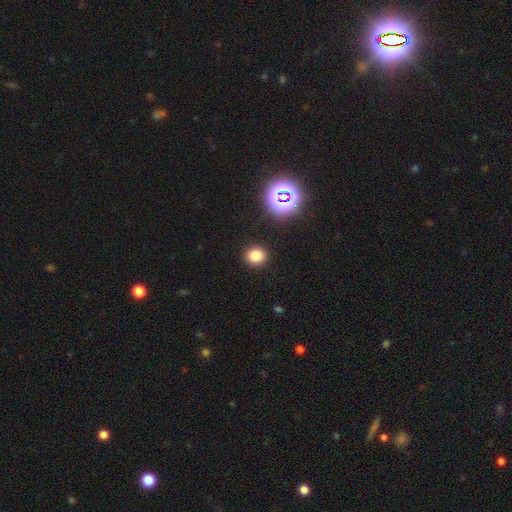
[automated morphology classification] Smooth or featured?
  - smooth: 78% *
  - star or artifact: 16%
  - featured or disk: 5%
How rounded?
  - round: 83% *
  - in between: 16%
  - cigar-shaped: 1%
Merging?
  - none: 91% *
  - minor disturbance: 6%
  - major disturbance: 2%
  - merger: 1%